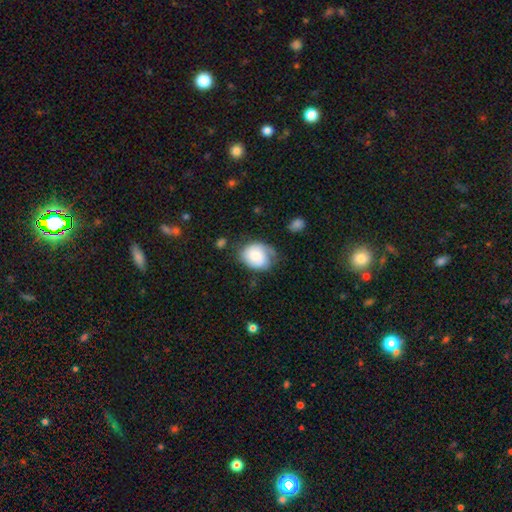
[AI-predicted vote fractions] A smooth galaxy with no disk features (54%) that is in between round and cigar-shaped (54%).

Vote fractions:
- Smooth or featured? smooth: 54% / featured or disk: 39% / star or artifact: 7%
- How rounded? in between: 54% / round: 45% / cigar-shaped: 1%
- Merging? none: 51% / minor disturbance: 31% / major disturbance: 15% / merger: 2%